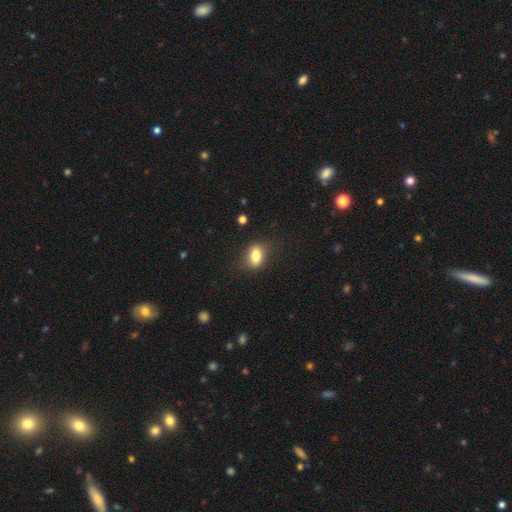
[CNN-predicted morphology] type=smooth (78%); roundness=in between (79%); merging=none (81%).